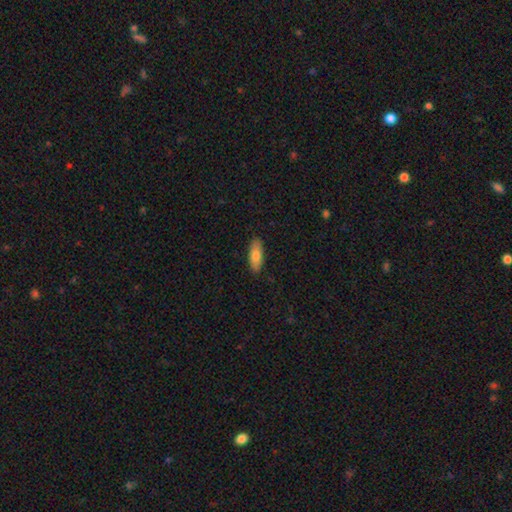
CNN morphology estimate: smooth_or_featured: smooth (p=0.80) [alt: featured or disk p=0.14]
how_rounded: in between (p=0.65) [alt: cigar-shaped p=0.33]
merging: none (p=0.89) [alt: minor disturbance p=0.08]